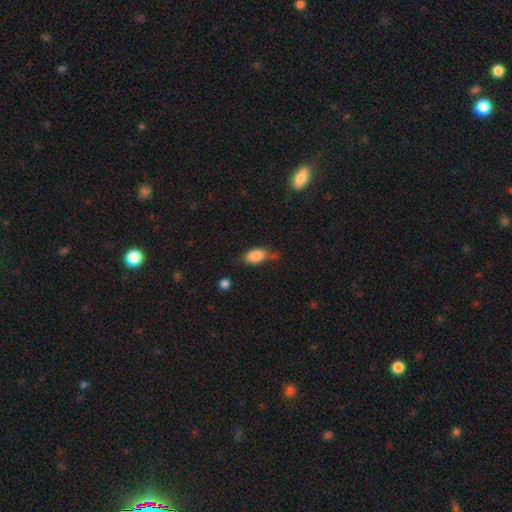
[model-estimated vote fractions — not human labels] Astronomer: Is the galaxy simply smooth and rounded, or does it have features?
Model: smooth — 86%.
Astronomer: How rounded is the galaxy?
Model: in between — 89%.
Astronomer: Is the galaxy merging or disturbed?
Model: none — 59%.